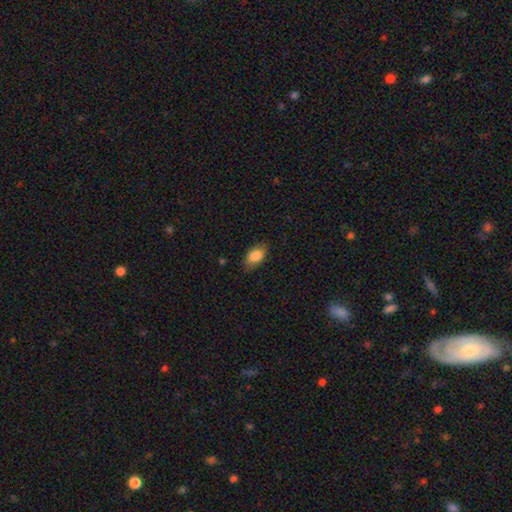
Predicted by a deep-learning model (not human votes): Q: Smooth or featured?
A: smooth (81%); runner-up: featured or disk (12%)
Q: How rounded?
A: in between (88%); runner-up: round (9%)
Q: Merging?
A: none (76%); runner-up: minor disturbance (19%)